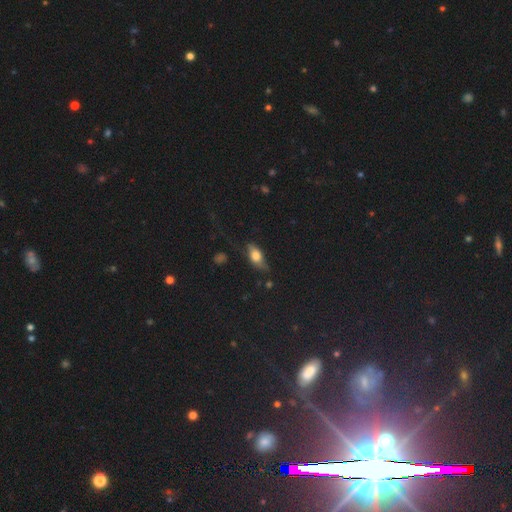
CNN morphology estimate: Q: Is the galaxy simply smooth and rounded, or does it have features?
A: smooth — 63%.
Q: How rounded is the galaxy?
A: in between — 78%.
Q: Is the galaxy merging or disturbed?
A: none — 59%.